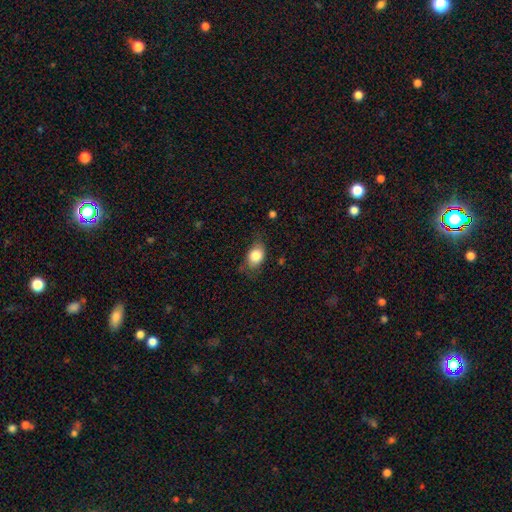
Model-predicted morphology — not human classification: Smooth or featured? Predicted: smooth (p=0.81). How rounded? Predicted: in between (p=0.77). Merging? Predicted: none (p=0.65).